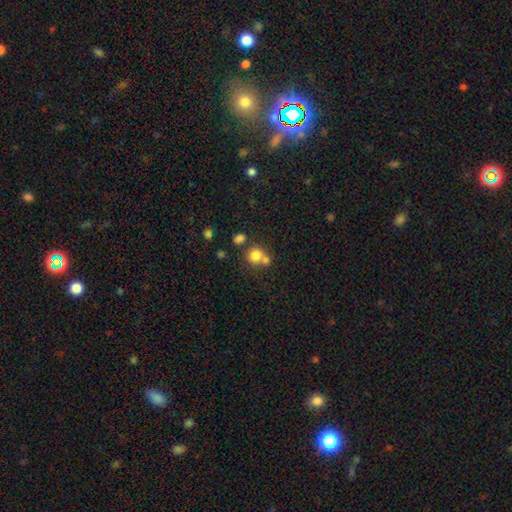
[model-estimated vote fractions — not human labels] Overall: smooth (79%). How rounded: round (85%). Merging: none (49%; merger 39%).